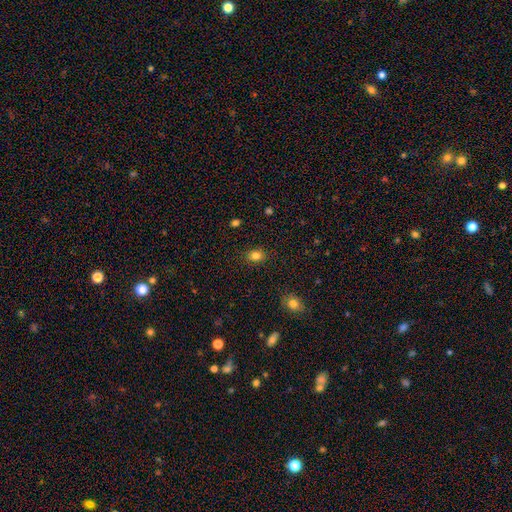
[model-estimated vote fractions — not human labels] smooth-or-featured: smooth: 83% | star or artifact: 11% | featured or disk: 5%
  how-rounded: in between: 61% | round: 38% | cigar-shaped: 1%
  merging: none: 87% | minor disturbance: 9% | major disturbance: 3% | merger: 1%